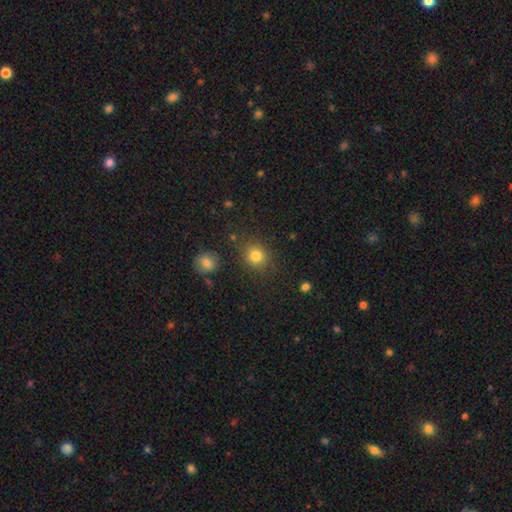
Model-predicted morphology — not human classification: Overall: smooth (81%). How rounded: round (82%). Merging: none (83%).